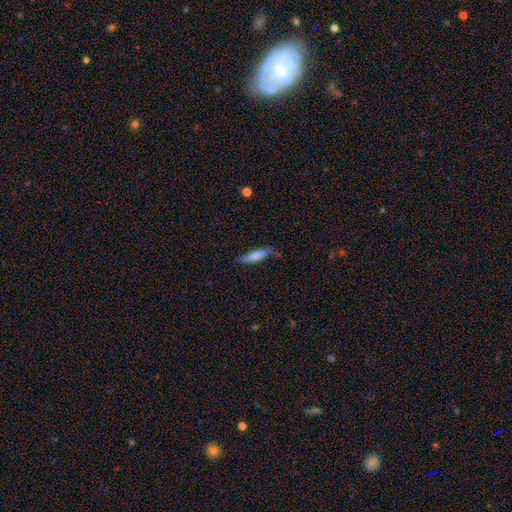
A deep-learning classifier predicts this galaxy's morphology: This is likely a smooth galaxy (71%). How rounded: likely cigar-shaped (74%). Merging: likely none (65%).